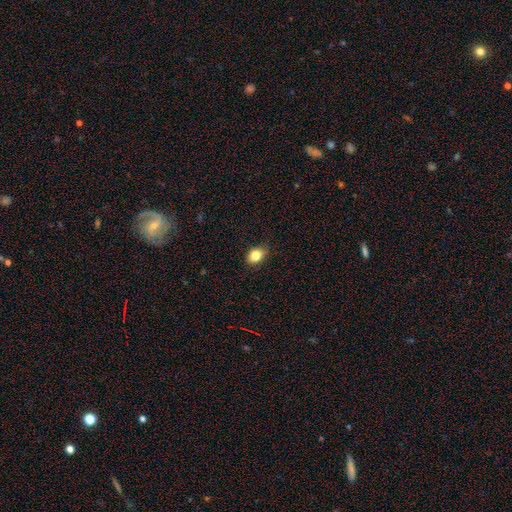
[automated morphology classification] smooth_or_featured: smooth (p=0.83) [alt: star or artifact p=0.09]
how_rounded: in between (p=0.74) [alt: round p=0.25]
merging: none (p=0.81) [alt: minor disturbance p=0.15]